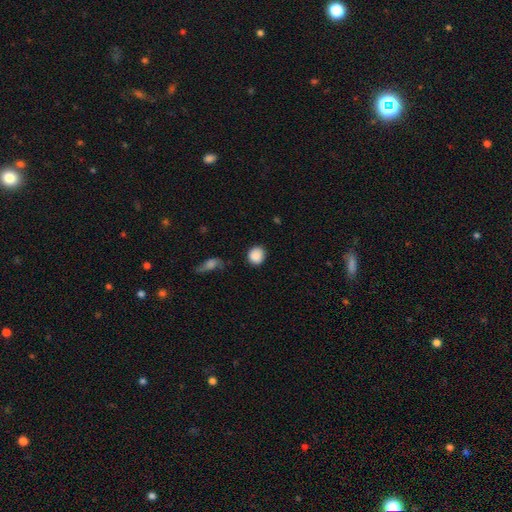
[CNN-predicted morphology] A smooth galaxy with no disk features (88%) that is round (78%). Merging: none (83%).